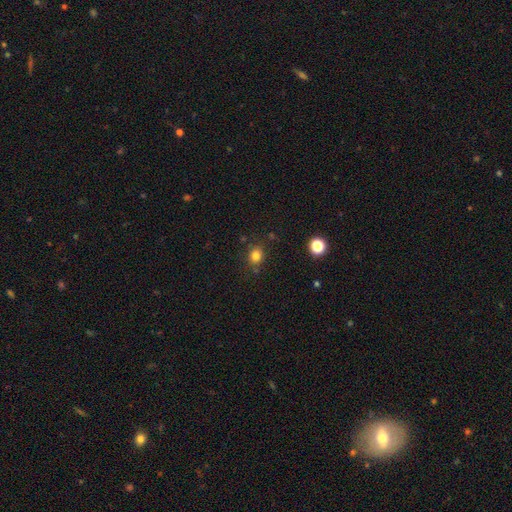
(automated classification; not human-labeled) Smooth or featured? smooth (80%)
How rounded? round (74%)
Merging? none (81%)